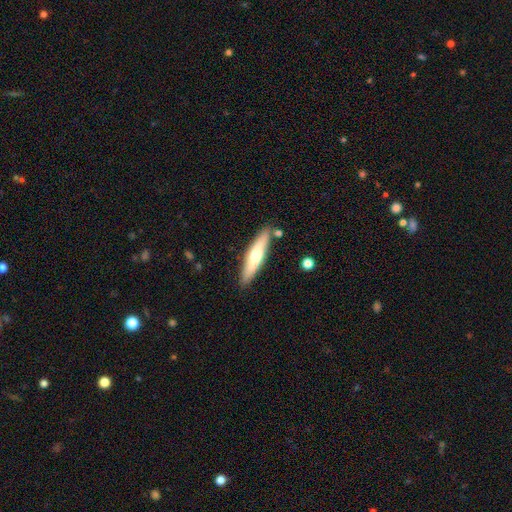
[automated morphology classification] A smooth galaxy with no disk features (58%) that is cigar-shaped (80%).

Vote fractions:
- Smooth or featured? smooth: 58% / featured or disk: 37% / star or artifact: 6%
- How rounded? cigar-shaped: 80% / in between: 19% / round: 1%
- Merging? none: 83% / minor disturbance: 11% / merger: 4% / major disturbance: 2%